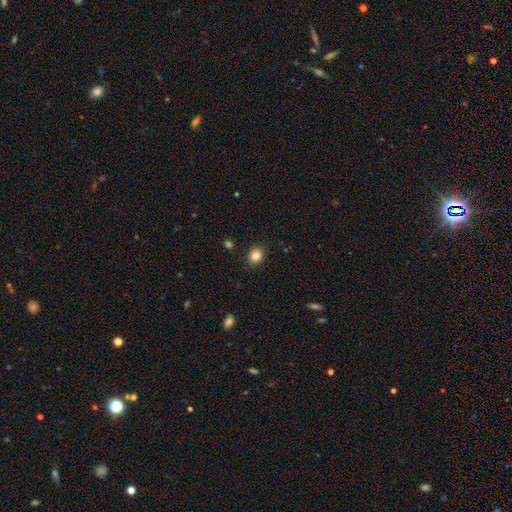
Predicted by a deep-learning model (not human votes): smooth-or-featured: smooth: 85% | star or artifact: 10% | featured or disk: 5%
  how-rounded: round: 66% | in between: 33% | cigar-shaped: 1%
  merging: none: 88% | minor disturbance: 9% | major disturbance: 2% | merger: 1%